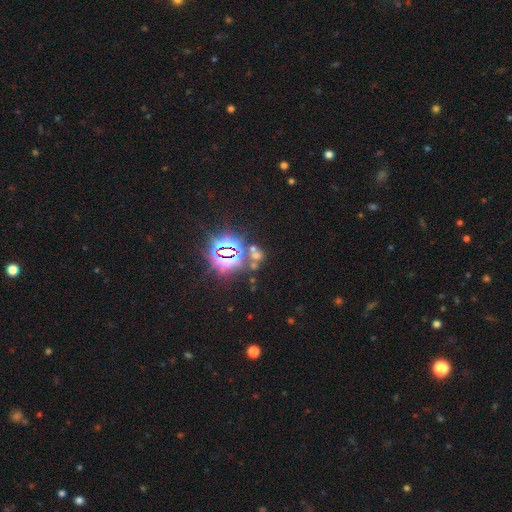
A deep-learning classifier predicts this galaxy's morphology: smooth-or-featured: star or artifact: 59% | smooth: 31% | featured or disk: 10%